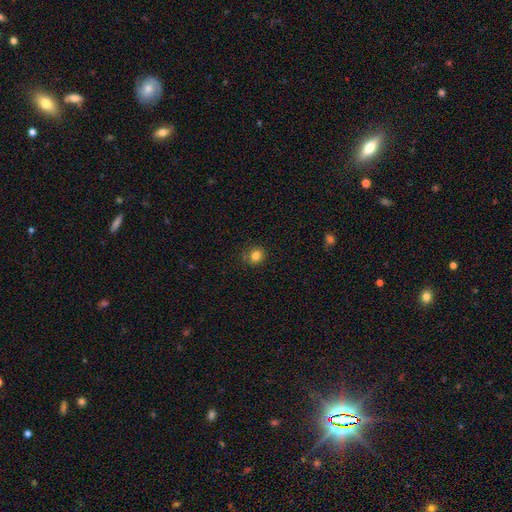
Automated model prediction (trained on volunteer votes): A smooth galaxy with no disk features (82%) that is round (79%).

Vote fractions:
- Smooth or featured? smooth: 82% / star or artifact: 12% / featured or disk: 5%
- How rounded? round: 79% / in between: 20% / cigar-shaped: 1%
- Merging? none: 82% / minor disturbance: 12% / major disturbance: 3% / merger: 3%